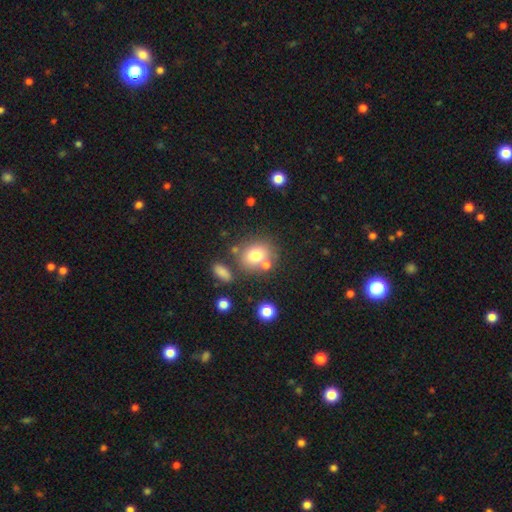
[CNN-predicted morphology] Overall: smooth (75%). How rounded: round (64%; in between 35%). Merging: none (64%).